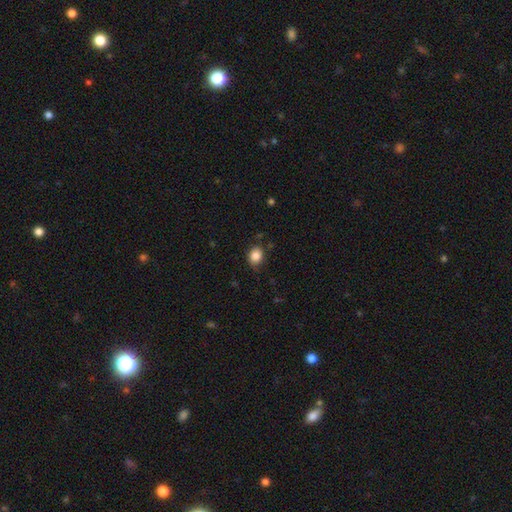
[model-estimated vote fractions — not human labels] Overall: smooth (85%). How rounded: round (56%; in between 43%). Merging: none (77%).